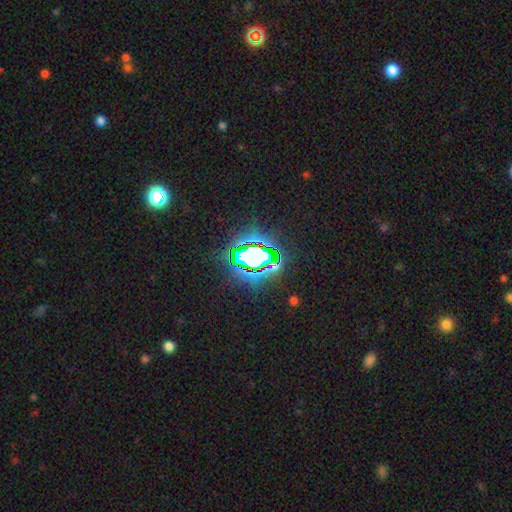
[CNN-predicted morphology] The model was most divided on "smooth or featured": star or artifact: 71%, smooth: 17%, featured or disk: 12%.